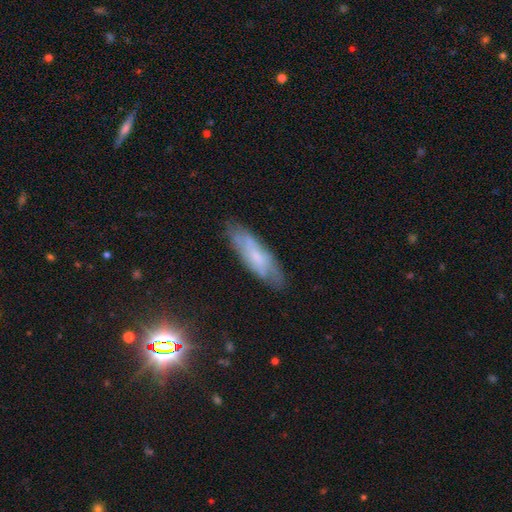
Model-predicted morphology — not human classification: smooth_or_featured: featured or disk (p=0.48) [alt: smooth p=0.42]
merging: none (p=0.76) [alt: minor disturbance p=0.18]